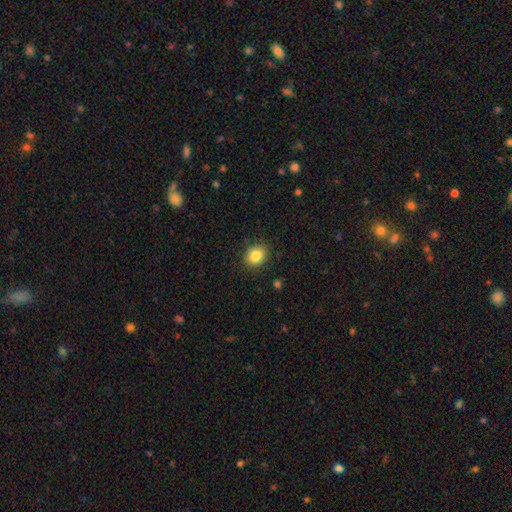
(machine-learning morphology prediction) A smooth galaxy with no disk features (84%) that is round (66%).

Vote fractions:
- Smooth or featured? smooth: 84% / star or artifact: 10% / featured or disk: 6%
- How rounded? round: 66% / in between: 33% / cigar-shaped: 1%
- Merging? none: 88% / minor disturbance: 9% / major disturbance: 2% / merger: 1%